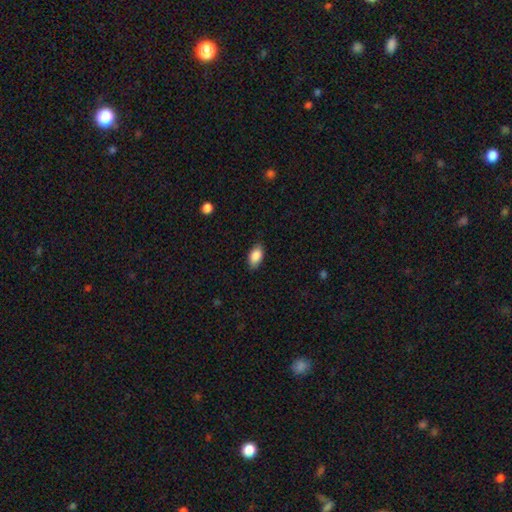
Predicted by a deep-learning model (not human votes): Smooth or featured?
  - smooth: 87% *
  - star or artifact: 7%
  - featured or disk: 6%
How rounded?
  - in between: 92% *
  - round: 5%
  - cigar-shaped: 3%
Merging?
  - none: 83% *
  - minor disturbance: 14%
  - major disturbance: 3%
  - merger: 1%